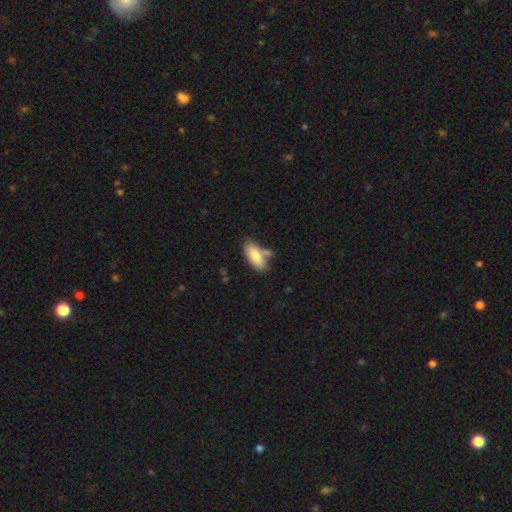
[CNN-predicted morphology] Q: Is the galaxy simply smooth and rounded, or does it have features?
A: smooth — 82%.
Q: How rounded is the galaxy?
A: in between — 89%.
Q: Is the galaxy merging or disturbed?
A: none — 60%.